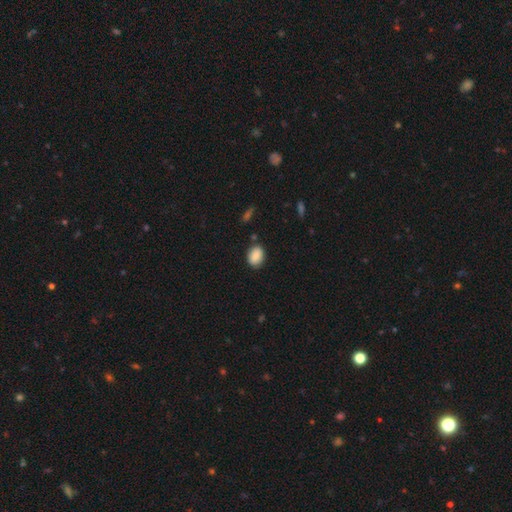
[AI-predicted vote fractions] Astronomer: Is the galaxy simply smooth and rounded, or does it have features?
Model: smooth — 88%.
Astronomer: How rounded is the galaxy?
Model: in between — 68%.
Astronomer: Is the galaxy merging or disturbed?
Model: none — 83%.